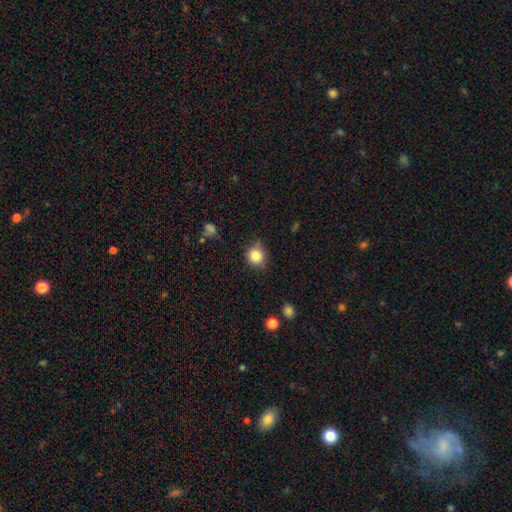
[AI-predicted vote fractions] Smooth or featured?
  - smooth: 84% *
  - star or artifact: 10%
  - featured or disk: 5%
How rounded?
  - round: 87% *
  - in between: 12%
  - cigar-shaped: 1%
Merging?
  - none: 75% *
  - minor disturbance: 19%
  - major disturbance: 4%
  - merger: 2%